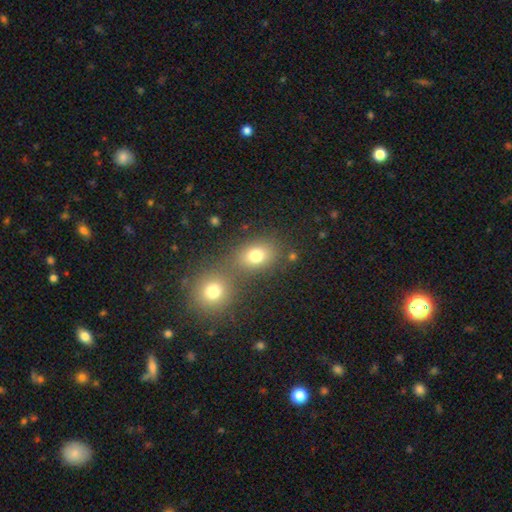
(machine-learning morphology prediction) Overall: smooth (76%). How rounded: in between (55%; round 44%). Merging: none (52%; merger 35%).